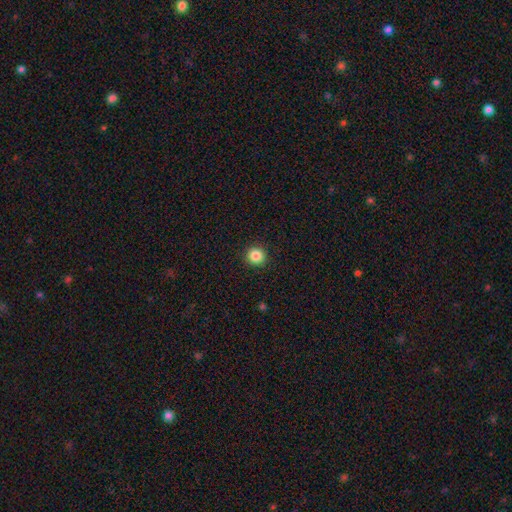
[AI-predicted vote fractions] Smooth or featured? smooth (85%)
How rounded? round (94%)
Merging? none (92%)